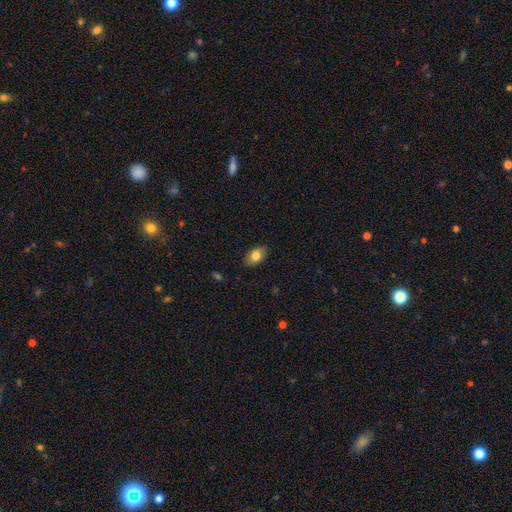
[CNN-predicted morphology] A smooth galaxy with no disk features (80%) that is in between round and cigar-shaped (87%).

Vote fractions:
- Smooth or featured? smooth: 80% / featured or disk: 12% / star or artifact: 8%
- How rounded? in between: 87% / round: 11% / cigar-shaped: 2%
- Merging? none: 83% / minor disturbance: 13% / major disturbance: 3% / merger: 1%